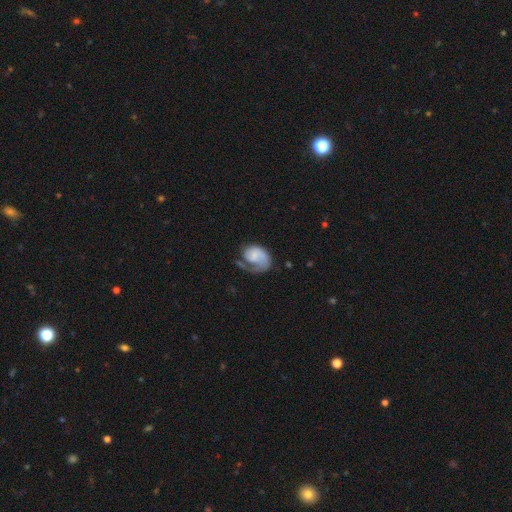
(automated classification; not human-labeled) Smooth or featured? Predicted: featured or disk (p=0.65). Edge-on disk? Predicted: no (p=0.98). Bar? Predicted: no (p=0.68). Spiral arms? Predicted: yes (p=0.89). Spiral winding? Predicted: tight (p=0.36). Spiral arm count? Predicted: 1 (p=0.81). Bulge size? Predicted: none (p=0.40). Merging? Predicted: none (p=0.38).